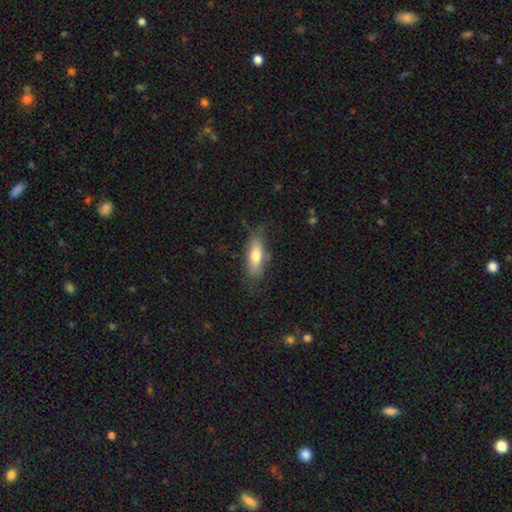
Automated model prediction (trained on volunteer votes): This is likely a smooth galaxy (71%). How rounded: likely in between (71%). Merging: likely none (71%).